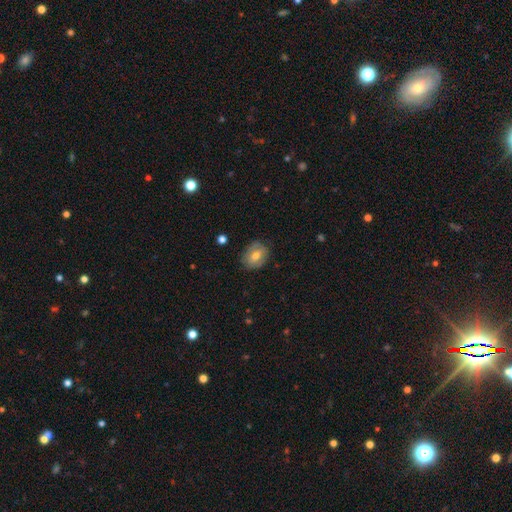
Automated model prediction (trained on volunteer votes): Smooth or featured: smooth — 65% (featured or disk — 27%)
How rounded: in between — 61% (round — 38%)
Merging: none — 79% (minor disturbance — 16%)